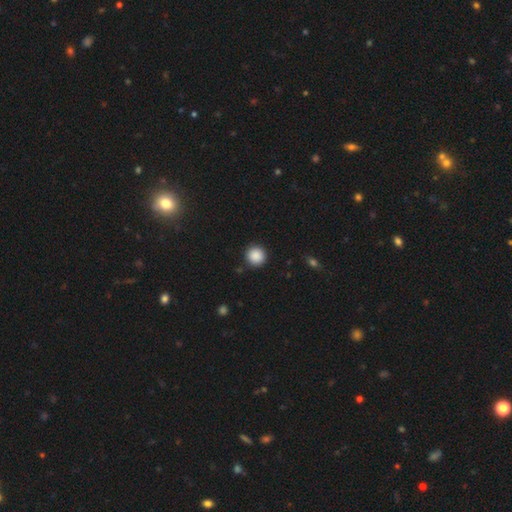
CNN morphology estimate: Smooth or featured? smooth (88%)
How rounded? round (95%)
Merging? none (90%)